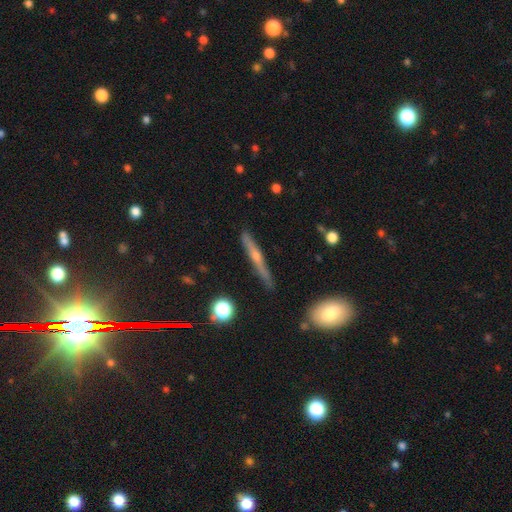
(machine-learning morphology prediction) smooth_or_featured: featured or disk (p=0.64) [alt: smooth p=0.27]
disk_edge_on: yes (p=0.96) [alt: no p=0.04]
edge_on_bulge: rounded (p=0.73) [alt: none p=0.21]
merging: none (p=0.85) [alt: minor disturbance p=0.11]